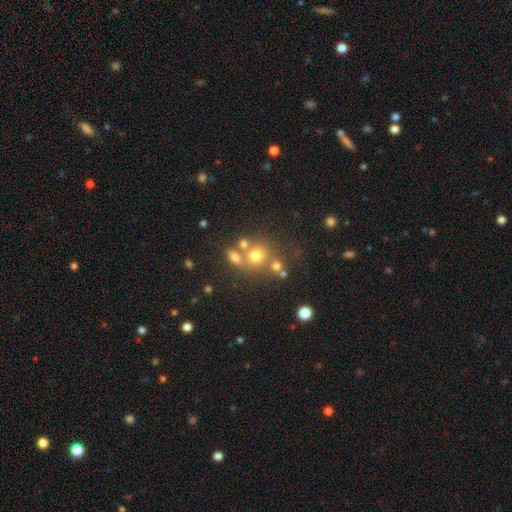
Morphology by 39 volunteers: smooth_or_featured: smooth (p=0.79) [alt: featured or disk p=0.13]
how_rounded: round (p=0.77) [alt: in between p=0.23]
merging: none (p=0.53) [alt: merger p=0.33]